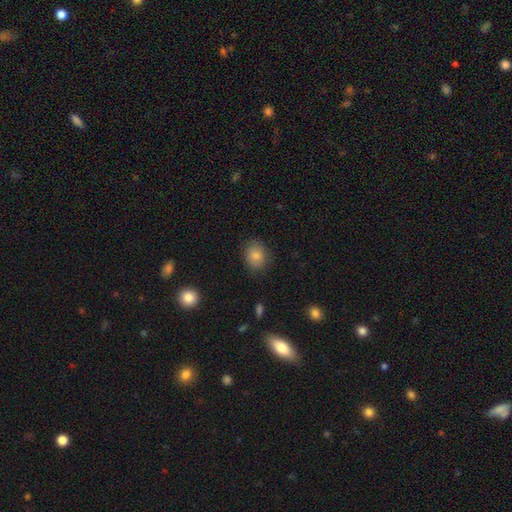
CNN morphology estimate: type=smooth (84%); roundness=round (56%); merging=none (81%).